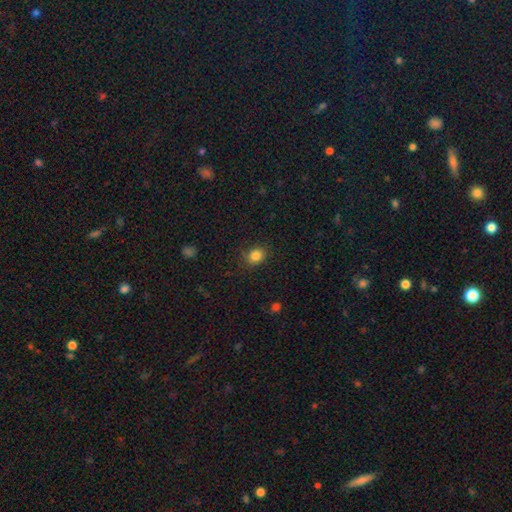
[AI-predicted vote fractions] Overall: smooth (84%). How rounded: round (56%; in between 43%). Merging: none (83%).